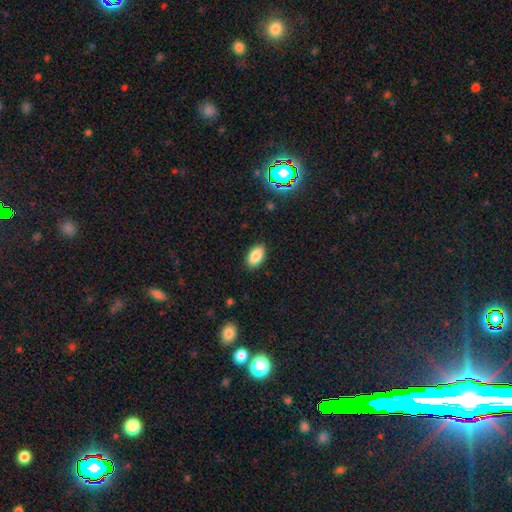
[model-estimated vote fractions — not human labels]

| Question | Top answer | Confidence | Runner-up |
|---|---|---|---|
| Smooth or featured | smooth | 87% | star or artifact (8%) |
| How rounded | in between | 93% | round (4%) |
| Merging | none | 88% | minor disturbance (9%) |